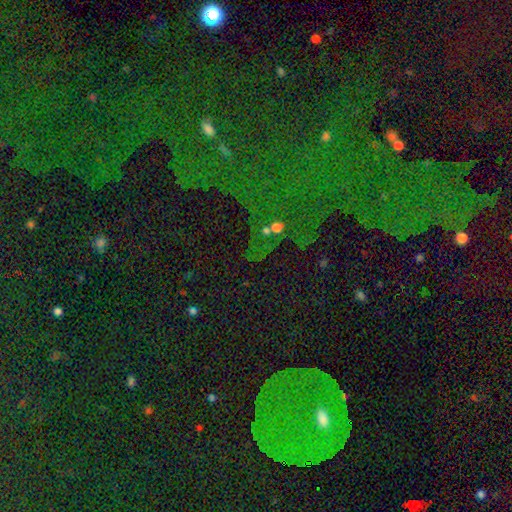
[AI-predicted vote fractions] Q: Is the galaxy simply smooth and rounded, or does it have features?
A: star or artifact — 72%.